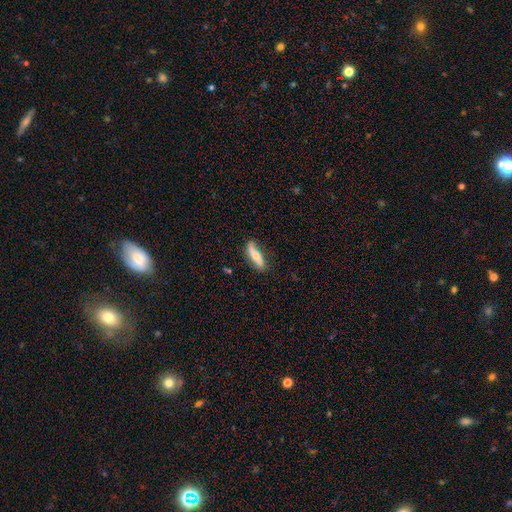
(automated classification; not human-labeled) A featured or disk galaxy (47%, tied with smooth). Merging: none (76%).